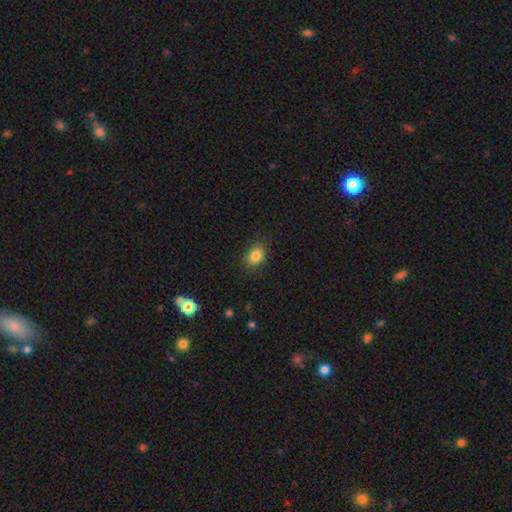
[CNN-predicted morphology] smooth-or-featured: smooth: 84% | star or artifact: 10% | featured or disk: 6%
  how-rounded: in between: 60% | round: 39% | cigar-shaped: 1%
  merging: none: 86% | minor disturbance: 10% | major disturbance: 3% | merger: 1%